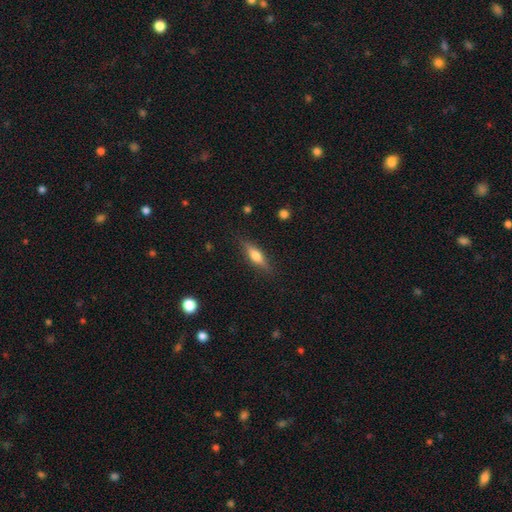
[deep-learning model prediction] Morphology: type=featured or disk (47%); merging=none (85%).